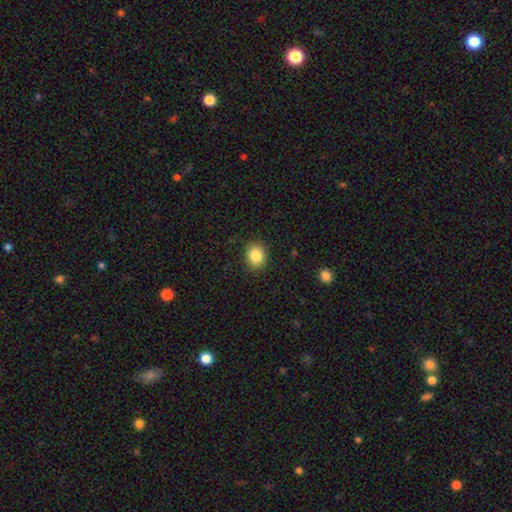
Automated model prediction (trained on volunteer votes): This appears to be a smooth galaxy with no disk features (85%) that is round (71%). Merging: none (89%).